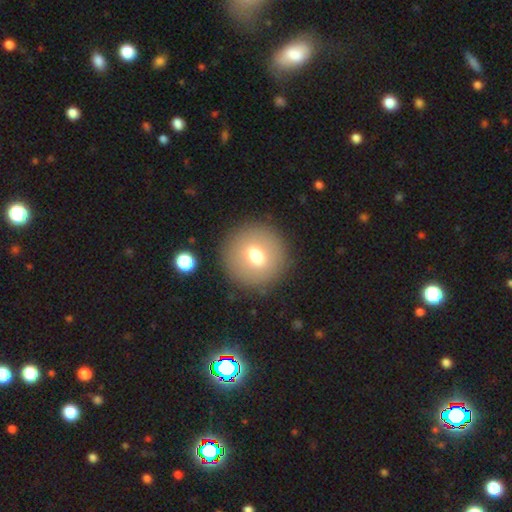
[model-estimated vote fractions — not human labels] Smooth or featured?
  - smooth: 63% *
  - featured or disk: 25%
  - star or artifact: 11%
How rounded?
  - round: 92% *
  - in between: 7%
  - cigar-shaped: 1%
Merging?
  - none: 88% *
  - minor disturbance: 7%
  - major disturbance: 4%
  - merger: 2%